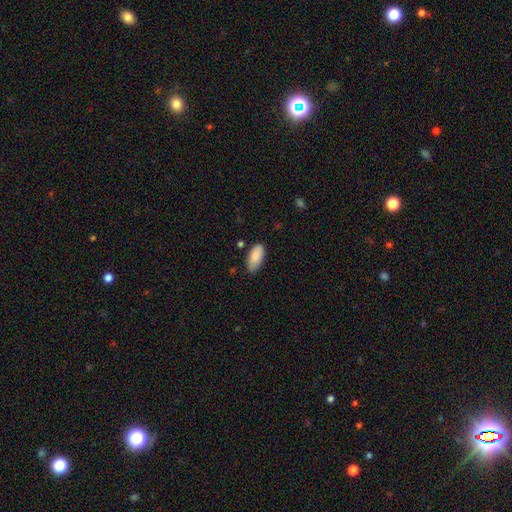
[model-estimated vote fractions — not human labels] Overall: smooth (88%). How rounded: in between (93%). Merging: none (73%).